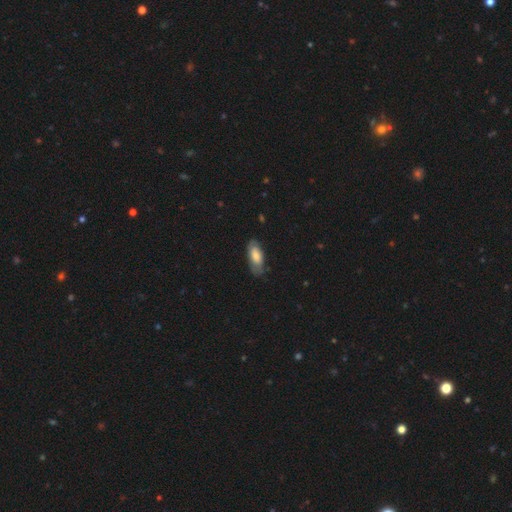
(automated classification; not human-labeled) Smooth or featured? smooth (63%)
How rounded? in between (85%)
Merging? none (70%)